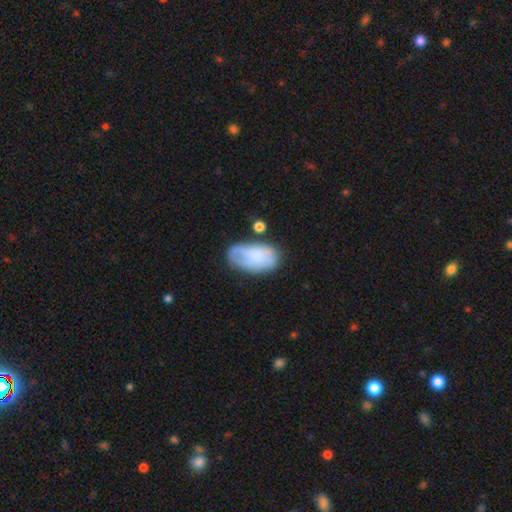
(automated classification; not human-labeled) Smooth or featured?
  - smooth: 69% *
  - featured or disk: 23%
  - star or artifact: 8%
How rounded?
  - in between: 94% *
  - round: 5%
  - cigar-shaped: 2%
Merging?
  - none: 51% *
  - minor disturbance: 30%
  - major disturbance: 12%
  - merger: 7%